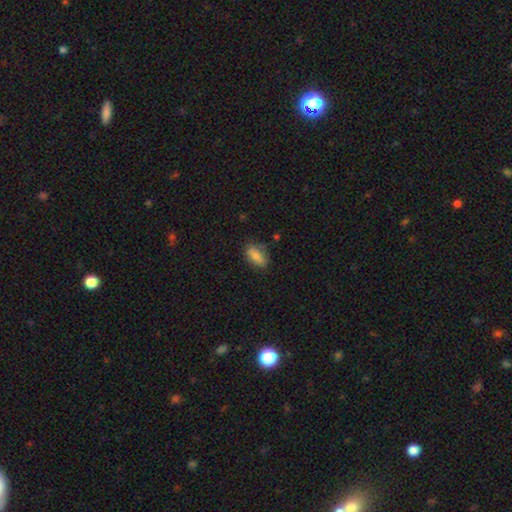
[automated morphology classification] The model was most divided on "merging": none: 72%, minor disturbance: 20%, major disturbance: 4%, merger: 3%. More confident: how rounded — in between (83%); smooth or featured — smooth (79%).